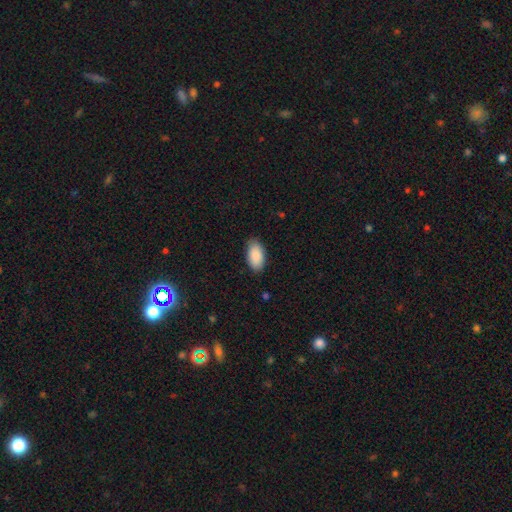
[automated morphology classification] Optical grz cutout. It shows a smooth galaxy with no disk features (90%) that is in between round and cigar-shaped (95%). Merging: none (83%).